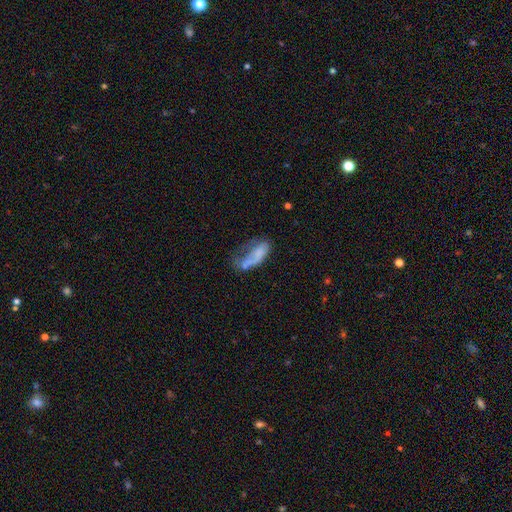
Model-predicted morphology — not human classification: Overall: smooth (56%; featured or disk 34%). How rounded: in between (78%). Merging: major disturbance (38%; none 25%).